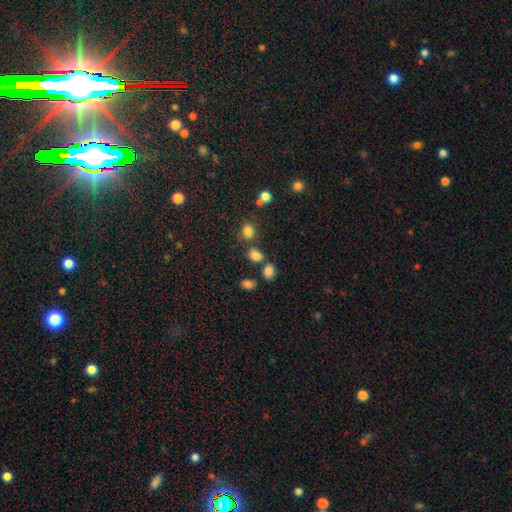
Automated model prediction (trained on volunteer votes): smooth 79%, star or artifact 15%, featured or disk 6%. Down the decision tree: how rounded — in between (51%); merging — none (63%).